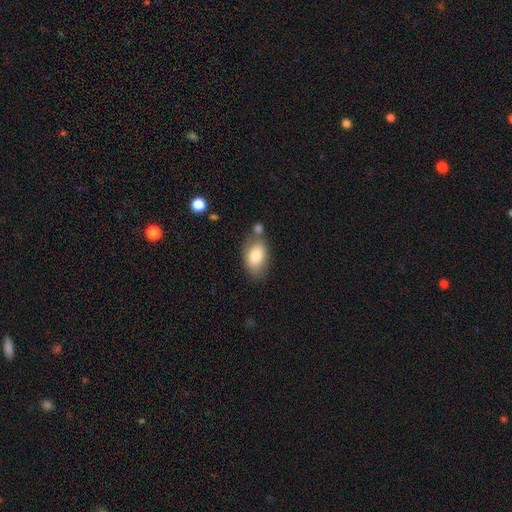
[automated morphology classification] A smooth galaxy with no disk features (80%) that is in between round and cigar-shaped (90%). Merging: none (61%).